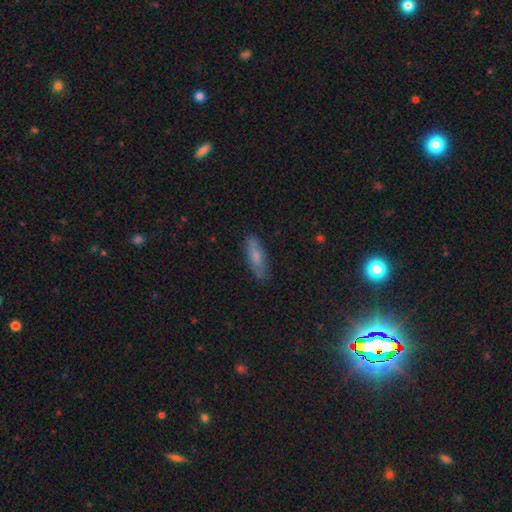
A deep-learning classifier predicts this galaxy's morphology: type=smooth (68%); roundness=cigar-shaped (58%); merging=none (82%).